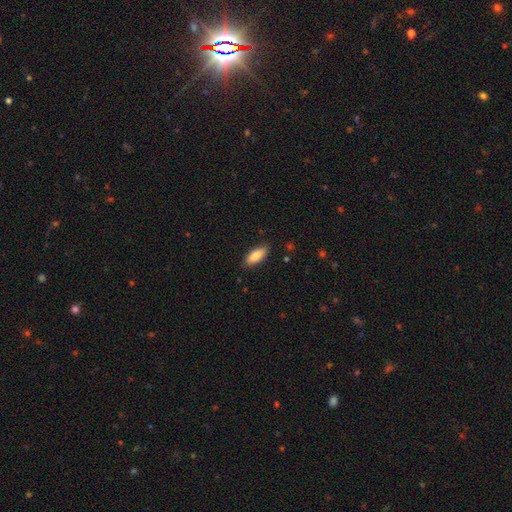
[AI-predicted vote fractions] The model was most divided on "how rounded": in between: 78%, cigar-shaped: 20%, round: 2%. More confident: smooth or featured — smooth (87%); merging — none (85%).